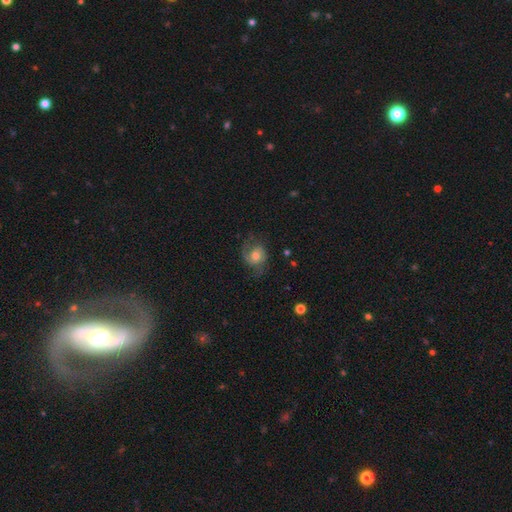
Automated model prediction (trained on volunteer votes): The model was most divided on "spiral winding": medium: 48%, loose: 30%, tight: 22%. More confident: edge-on disk — no (97%); spiral arms — yes (92%); spiral arm count — 2 (76%); smooth or featured — featured or disk (66%); bar — no (66%); merging — none (62%); bulge size — moderate (61%).